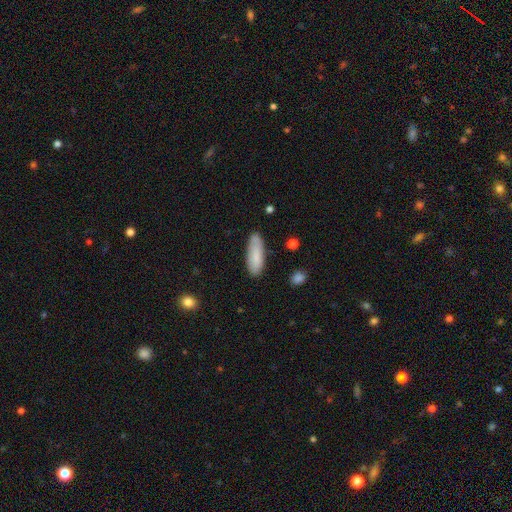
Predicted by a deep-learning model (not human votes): A smooth galaxy with no disk features (83%) that is in between round and cigar-shaped (58%). Merging: none (80%).